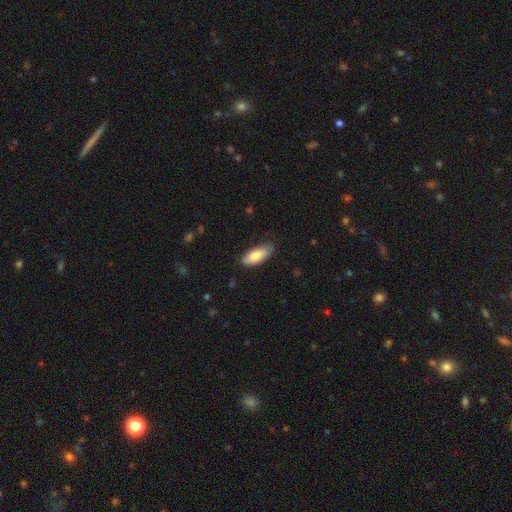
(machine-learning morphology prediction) This is clearly a smooth galaxy (83%). How rounded: clearly in between (81%). Merging: likely none (73%).